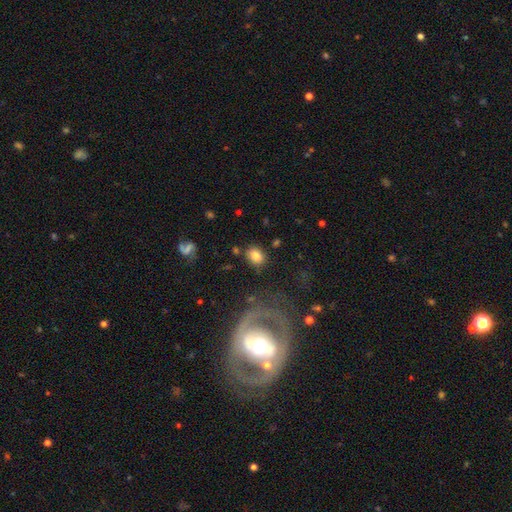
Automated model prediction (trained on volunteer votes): Smooth or featured? Predicted: smooth (p=0.82). How rounded? Predicted: in between (p=0.55). Merging? Predicted: none (p=0.79).